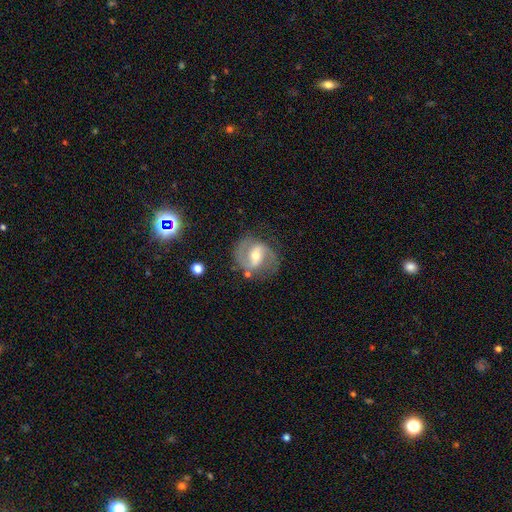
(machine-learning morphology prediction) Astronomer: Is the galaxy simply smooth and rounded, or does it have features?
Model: featured or disk — 86%.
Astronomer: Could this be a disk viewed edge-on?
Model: no — 97%.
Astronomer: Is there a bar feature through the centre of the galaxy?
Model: weak — 45% (runner-up: strong, 35%).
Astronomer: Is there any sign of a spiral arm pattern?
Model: yes — 95%.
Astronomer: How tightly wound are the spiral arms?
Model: medium — 56%.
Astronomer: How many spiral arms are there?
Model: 2 — 90%.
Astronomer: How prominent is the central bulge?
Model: moderate — 63%.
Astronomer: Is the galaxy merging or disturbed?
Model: none — 78%.